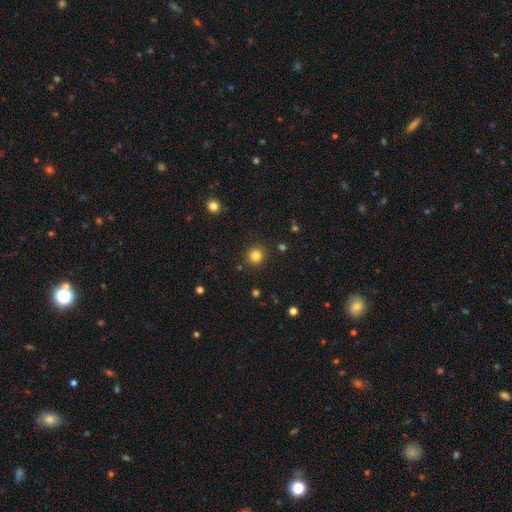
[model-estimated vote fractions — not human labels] A smooth galaxy with no disk features (82%) that is round (93%). Merging: none (89%).